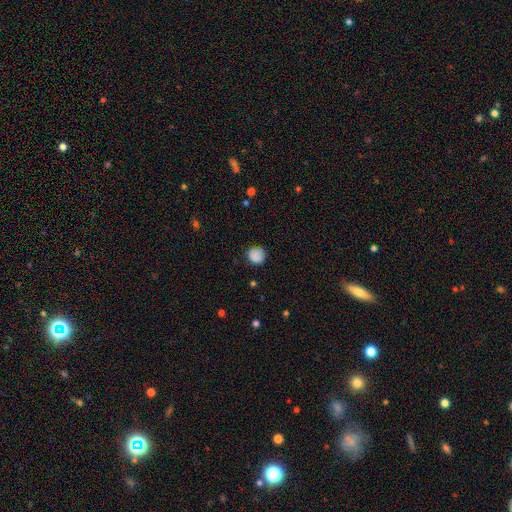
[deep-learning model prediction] Smooth or featured? smooth (86%)
How rounded? round (89%)
Merging? none (83%)